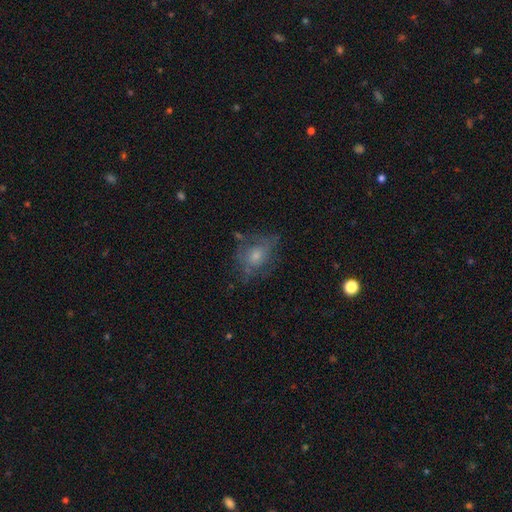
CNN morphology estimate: Smooth or featured?
  - featured or disk: 43% *
  - smooth: 42%
  - star or artifact: 15%
Merging?
  - none: 58% *
  - minor disturbance: 23%
  - major disturbance: 17%
  - merger: 2%